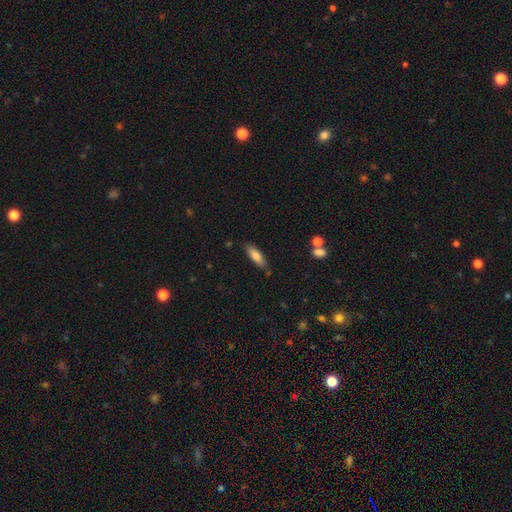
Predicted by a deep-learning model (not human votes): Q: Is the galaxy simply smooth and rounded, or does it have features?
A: smooth — 78%.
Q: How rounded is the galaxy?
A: in between — 52%.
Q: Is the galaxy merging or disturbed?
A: none — 81%.